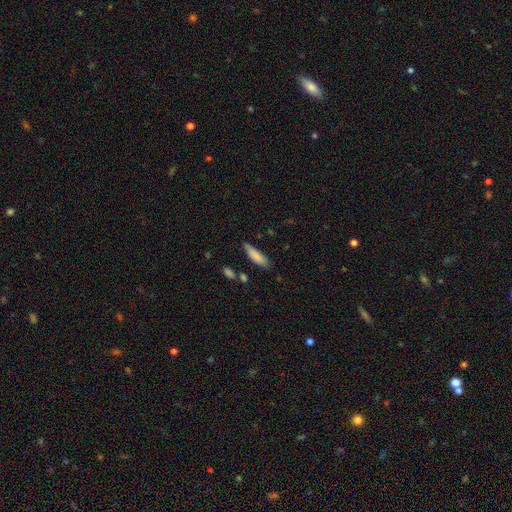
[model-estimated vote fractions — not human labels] Smooth or featured? Predicted: smooth (p=0.83). How rounded? Predicted: cigar-shaped (p=0.61). Merging? Predicted: none (p=0.72).